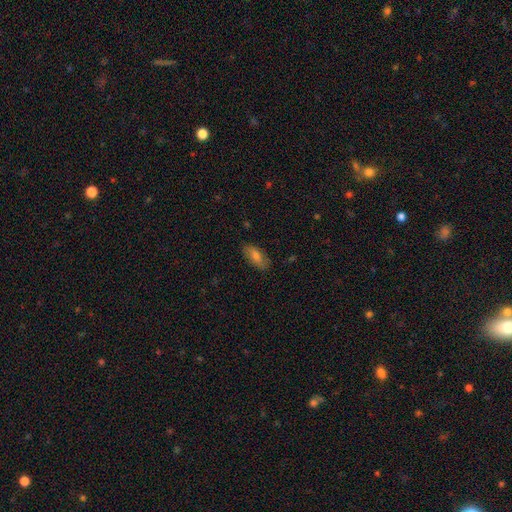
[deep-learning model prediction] smooth-or-featured: smooth: 70% | featured or disk: 21% | star or artifact: 9%
  how-rounded: in between: 84% | cigar-shaped: 13% | round: 3%
  merging: none: 84% | minor disturbance: 12% | major disturbance: 2% | merger: 1%